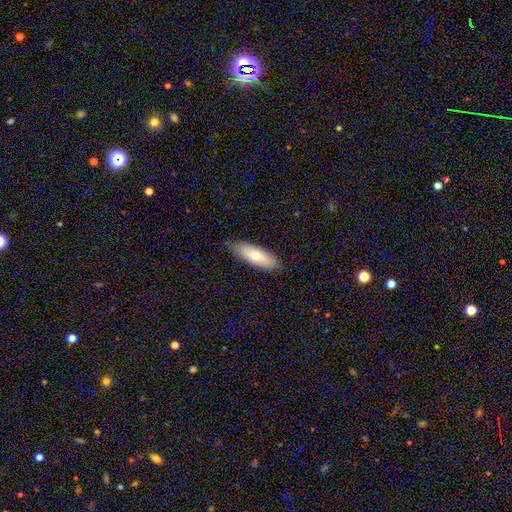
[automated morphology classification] smooth 67%, featured or disk 27%, star or artifact 6%. Down the decision tree: how rounded — in between (63%); merging — none (82%).